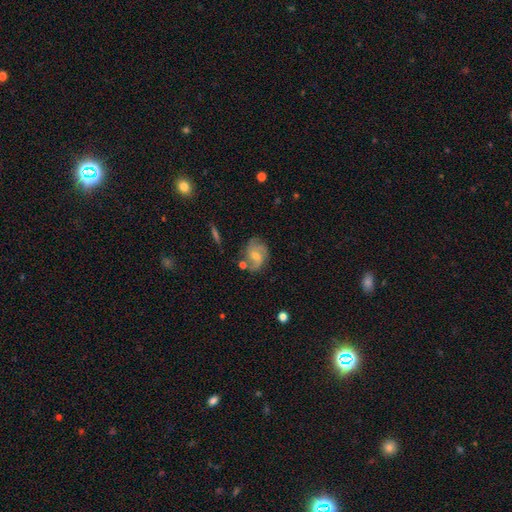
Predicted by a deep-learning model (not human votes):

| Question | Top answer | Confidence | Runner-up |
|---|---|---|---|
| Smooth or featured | featured or disk | 75% | smooth (16%) |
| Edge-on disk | no | 97% | yes (3%) |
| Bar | no | 56% | weak (37%) |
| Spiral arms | yes | 94% | no (6%) |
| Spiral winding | medium | 48% | tight (29%) |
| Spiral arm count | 2 | 46% | 3 (26%) |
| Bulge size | moderate | 48% | small (47%) |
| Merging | none | 69% | minor disturbance (18%) |